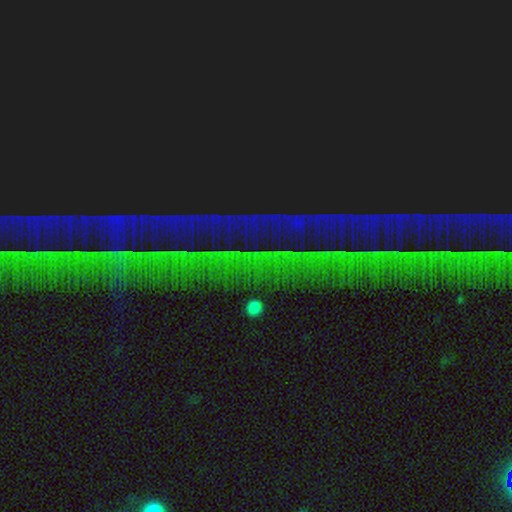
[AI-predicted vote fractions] Smooth or featured?
  - star or artifact: 88% *
  - featured or disk: 7%
  - smooth: 6%